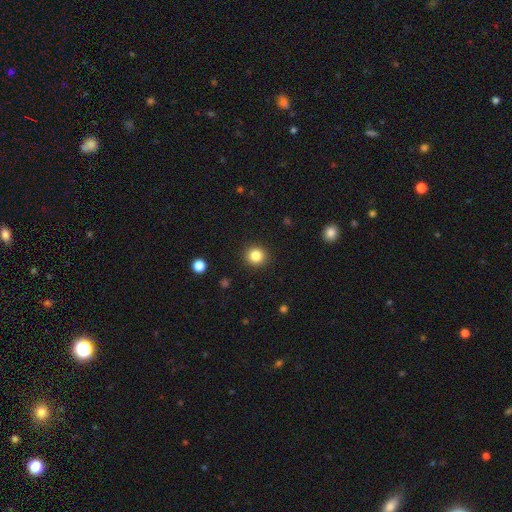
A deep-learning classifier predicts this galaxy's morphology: smooth_or_featured: smooth (p=0.84) [alt: star or artifact p=0.11]
how_rounded: round (p=0.90) [alt: in between p=0.09]
merging: none (p=0.92) [alt: minor disturbance p=0.05]